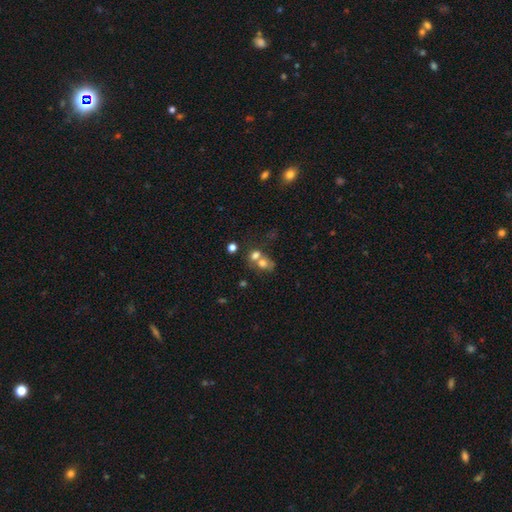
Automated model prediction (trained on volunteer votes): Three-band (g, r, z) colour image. It shows a smooth galaxy with no disk features (68%) that is round (59%). Merging: merger (59%).